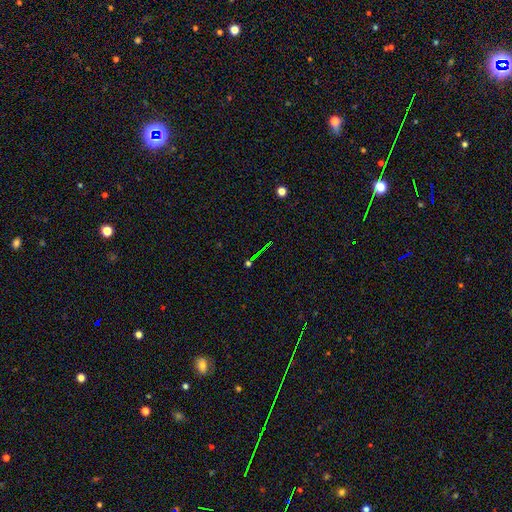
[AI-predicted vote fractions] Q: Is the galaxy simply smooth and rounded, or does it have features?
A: star or artifact — 67%.